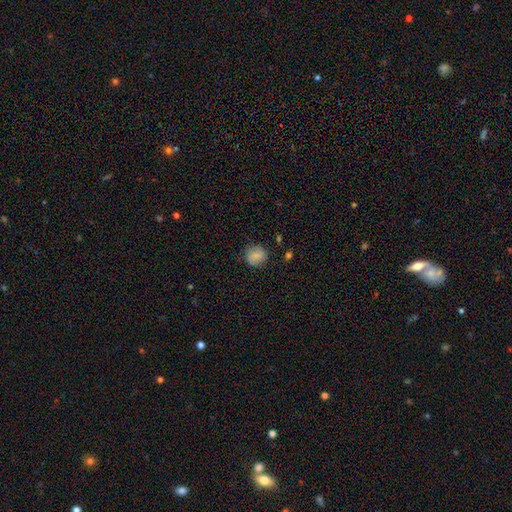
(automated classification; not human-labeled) Smooth or featured? Predicted: smooth (p=0.77). How rounded? Predicted: round (p=0.83). Merging? Predicted: none (p=0.79).